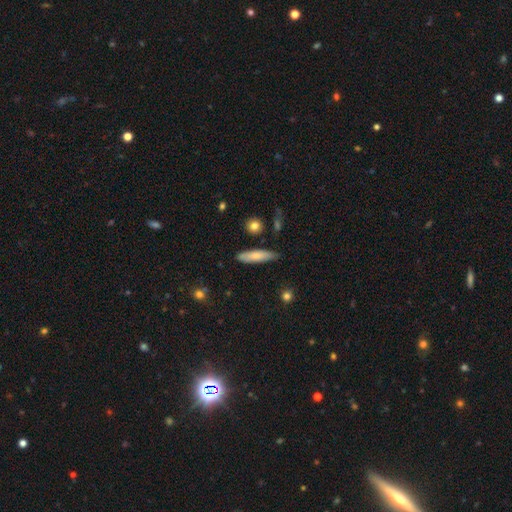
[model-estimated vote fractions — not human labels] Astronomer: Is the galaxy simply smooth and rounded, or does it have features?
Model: smooth — 74%.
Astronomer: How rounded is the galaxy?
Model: cigar-shaped — 72%.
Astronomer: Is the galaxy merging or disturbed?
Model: none — 81%.